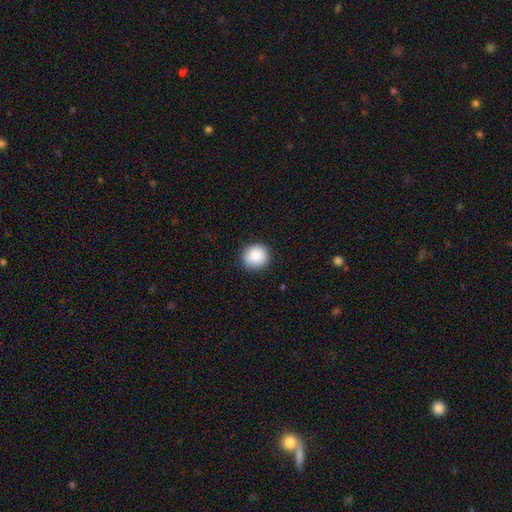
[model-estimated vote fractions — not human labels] The model was most divided on "smooth or featured": smooth: 88%, star or artifact: 8%, featured or disk: 3%. More confident: how rounded — round (90%); merging — none (90%).